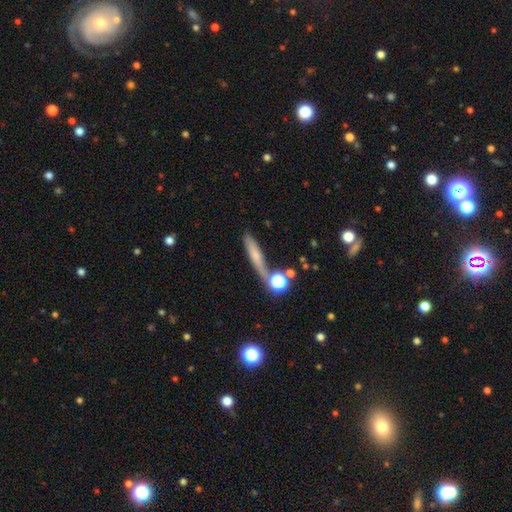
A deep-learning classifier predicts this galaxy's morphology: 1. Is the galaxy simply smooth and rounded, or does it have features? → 59% smooth, 28% featured or disk, 13% star or artifact.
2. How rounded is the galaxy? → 74% cigar-shaped, 17% in between, 9% round.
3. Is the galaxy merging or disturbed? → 56% none, 18% minor disturbance, 16% merger, 10% major disturbance.